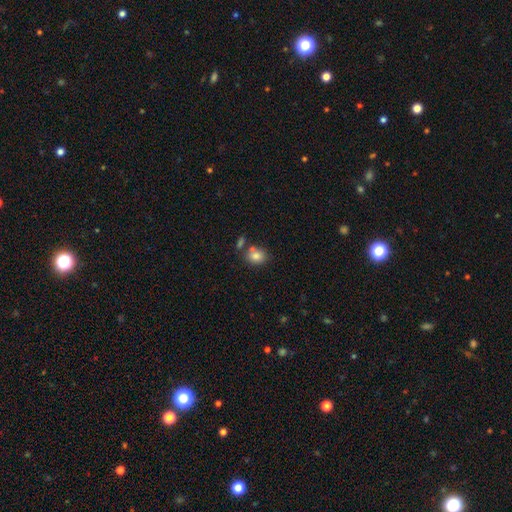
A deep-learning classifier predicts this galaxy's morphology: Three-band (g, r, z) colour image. It shows a smooth galaxy with no disk features (83%) that is in between round and cigar-shaped (53%). Merging: none (62%).